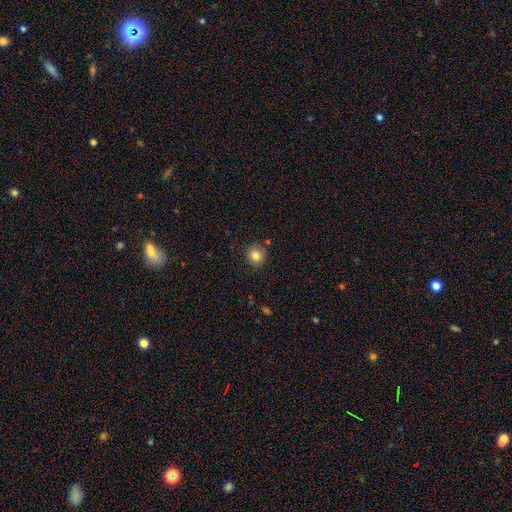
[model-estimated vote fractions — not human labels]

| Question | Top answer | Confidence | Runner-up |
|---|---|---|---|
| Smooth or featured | smooth | 82% | star or artifact (11%) |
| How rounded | round | 93% | in between (6%) |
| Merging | none | 88% | minor disturbance (8%) |